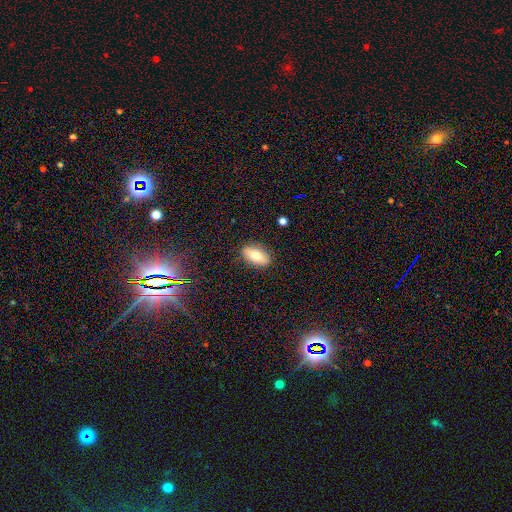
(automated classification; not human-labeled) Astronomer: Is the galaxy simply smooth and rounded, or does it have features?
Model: smooth — 72%.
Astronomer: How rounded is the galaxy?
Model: in between — 85%.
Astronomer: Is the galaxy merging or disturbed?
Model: none — 86%.